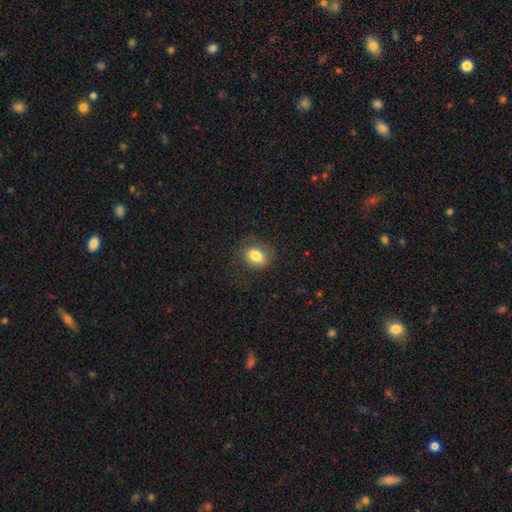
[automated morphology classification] A smooth galaxy with no disk features (81%) that is in between round and cigar-shaped (59%). Merging: none (76%).